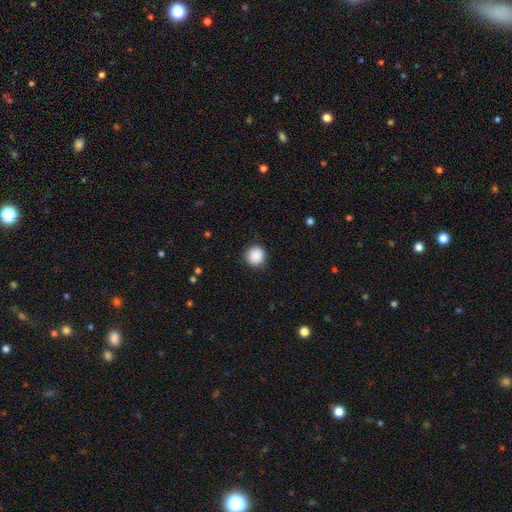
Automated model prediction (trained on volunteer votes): Smooth or featured? smooth (89%)
How rounded? round (93%)
Merging? none (91%)